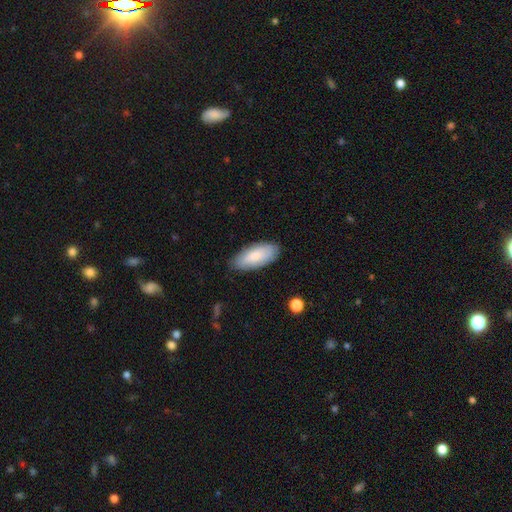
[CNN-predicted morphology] A smooth galaxy with no disk features (77%) that is in between round and cigar-shaped (86%).

Vote fractions:
- Smooth or featured? smooth: 77% / featured or disk: 17% / star or artifact: 6%
- How rounded? in between: 86% / cigar-shaped: 12% / round: 2%
- Merging? none: 83% / minor disturbance: 13% / major disturbance: 3% / merger: 1%